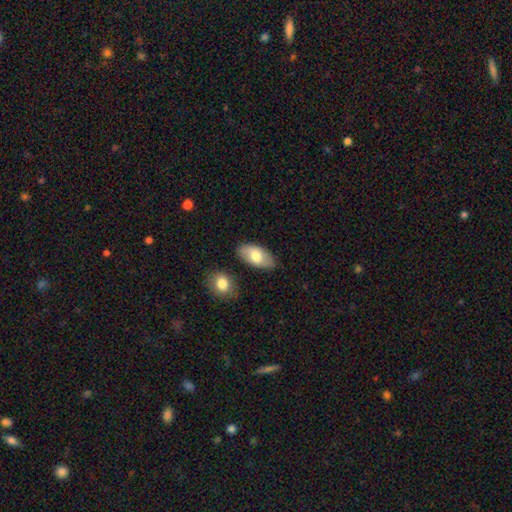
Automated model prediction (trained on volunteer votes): Overall: smooth (73%). How rounded: in between (94%). Merging: none (80%).